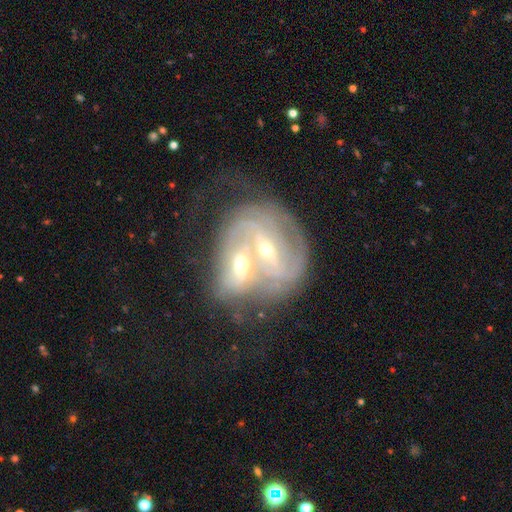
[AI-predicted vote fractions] Smooth or featured? featured or disk (80%)
Edge-on disk? no (95%)
Bar? weak (38%)
Spiral arms? yes (81%)
Spiral winding? tight (50%)
Spiral arm count? 2 (48%)
Bulge size? moderate (48%)
Merging? merger (67%)